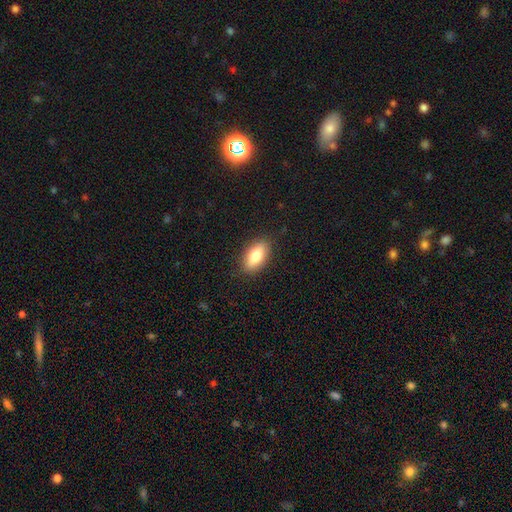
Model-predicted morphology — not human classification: Smooth or featured? Predicted: smooth (p=0.80). How rounded? Predicted: in between (p=0.85). Merging? Predicted: none (p=0.87).